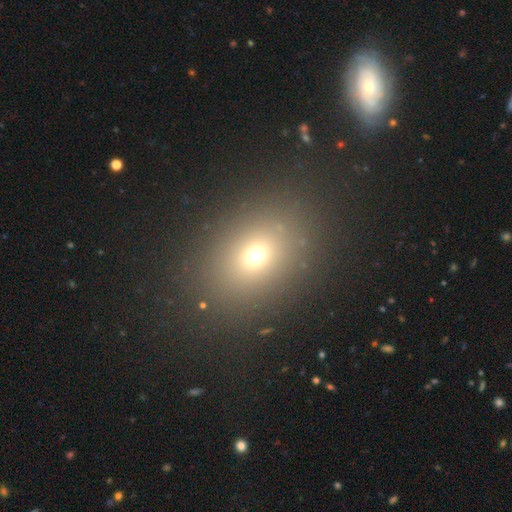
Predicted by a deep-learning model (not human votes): Q: Smooth or featured?
A: smooth (67%); runner-up: star or artifact (21%)
Q: How rounded?
A: in between (55%); runner-up: round (44%)
Q: Merging?
A: none (84%); runner-up: minor disturbance (9%)